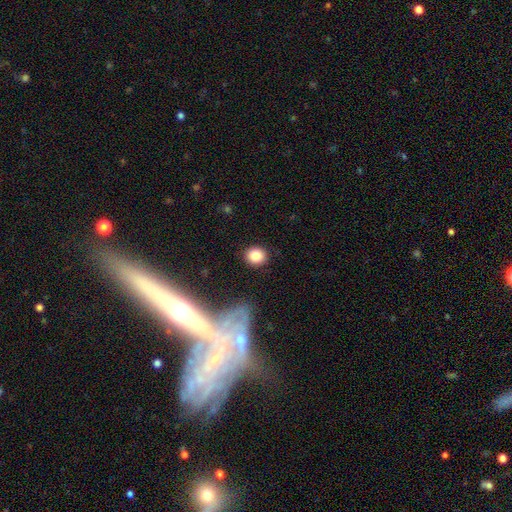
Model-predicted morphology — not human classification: smooth-or-featured: smooth: 83% | star or artifact: 10% | featured or disk: 7%
  how-rounded: round: 81% | in between: 18% | cigar-shaped: 1%
  merging: none: 89% | minor disturbance: 7% | major disturbance: 2% | merger: 2%